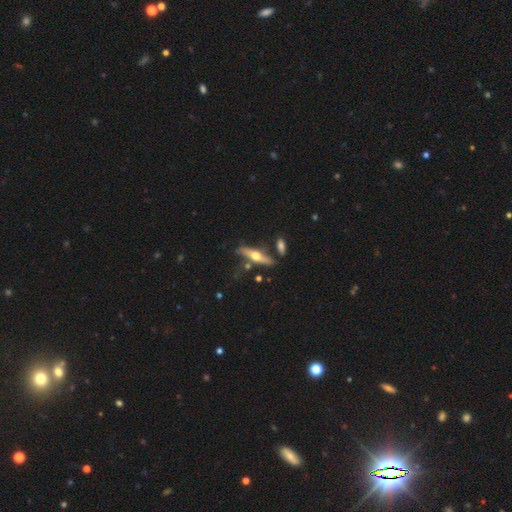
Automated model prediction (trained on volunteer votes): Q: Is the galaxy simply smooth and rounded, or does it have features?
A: featured or disk — 65%.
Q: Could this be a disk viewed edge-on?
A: yes — 90%.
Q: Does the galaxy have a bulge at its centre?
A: rounded — 95%.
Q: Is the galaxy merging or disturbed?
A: none — 69%.